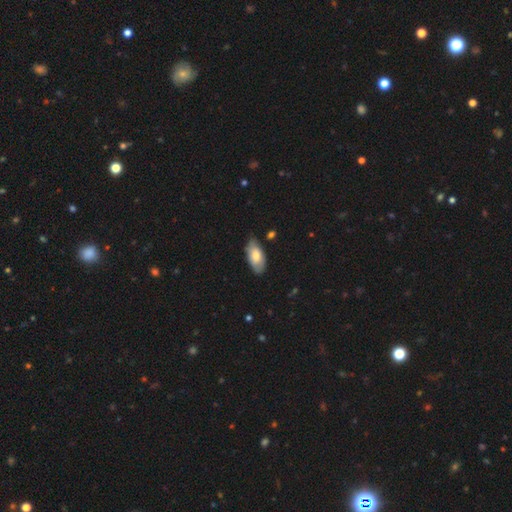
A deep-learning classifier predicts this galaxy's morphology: smooth-or-featured: smooth: 70% | featured or disk: 24% | star or artifact: 6%
  how-rounded: in between: 93% | cigar-shaped: 5% | round: 2%
  merging: none: 74% | minor disturbance: 21% | major disturbance: 3% | merger: 2%